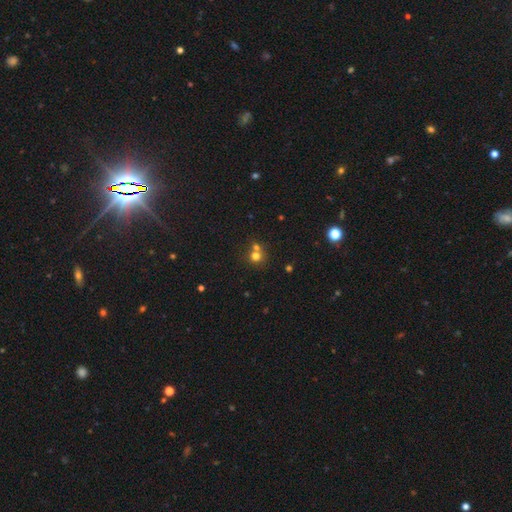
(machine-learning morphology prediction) smooth-or-featured: smooth: 70% | star or artifact: 19% | featured or disk: 11%
  how-rounded: round: 87% | in between: 12% | cigar-shaped: 1%
  merging: none: 51% | merger: 39% | minor disturbance: 6% | major disturbance: 3%